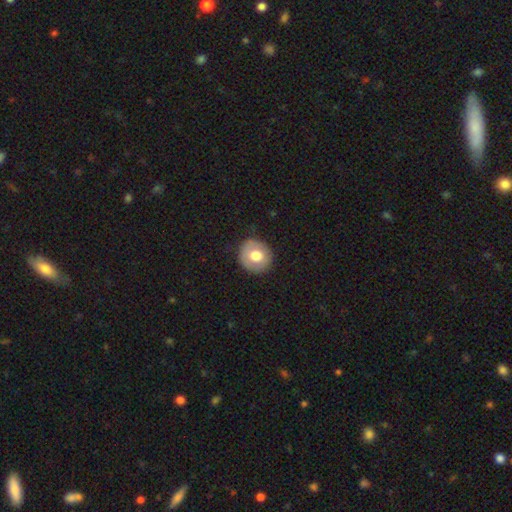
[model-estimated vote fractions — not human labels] A smooth galaxy with no disk features (71%) that is round (90%). Merging: none (87%).